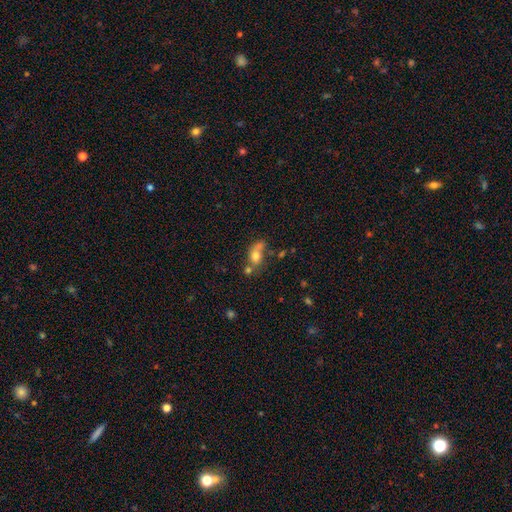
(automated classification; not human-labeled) smooth-or-featured: smooth: 67% | featured or disk: 21% | star or artifact: 12%
  how-rounded: in between: 56% | round: 39% | cigar-shaped: 5%
  merging: merger: 36% | none: 34% | minor disturbance: 17% | major disturbance: 14%